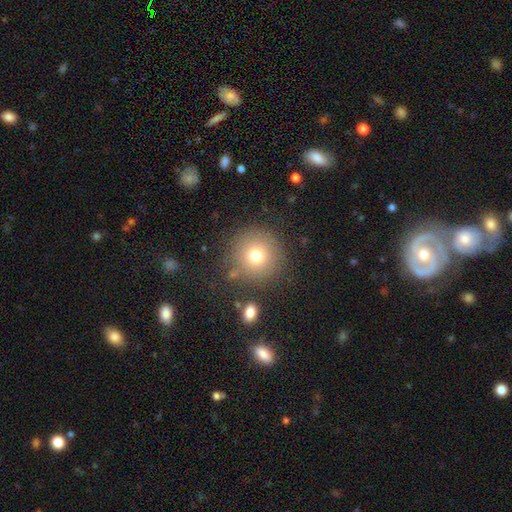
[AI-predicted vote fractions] smooth 73%, star or artifact 14%, featured or disk 13%. Down the decision tree: how rounded — round (95%); merging — none (83%).